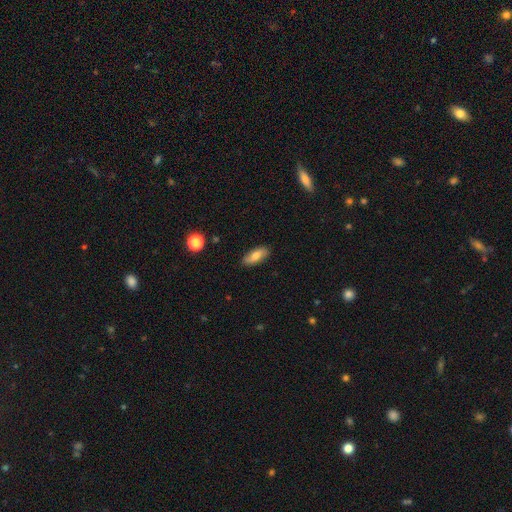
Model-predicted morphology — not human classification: This is likely a smooth galaxy (76%). How rounded: likely in between (80%). Merging: clearly none (86%).